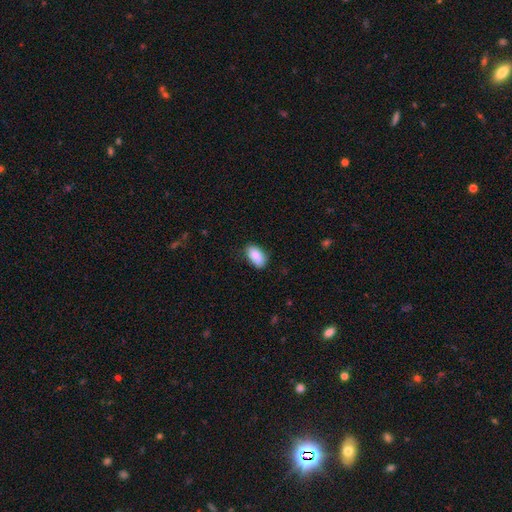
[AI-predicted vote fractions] Smooth or featured? Predicted: smooth (p=0.86). How rounded? Predicted: in between (p=0.93). Merging? Predicted: none (p=0.73).